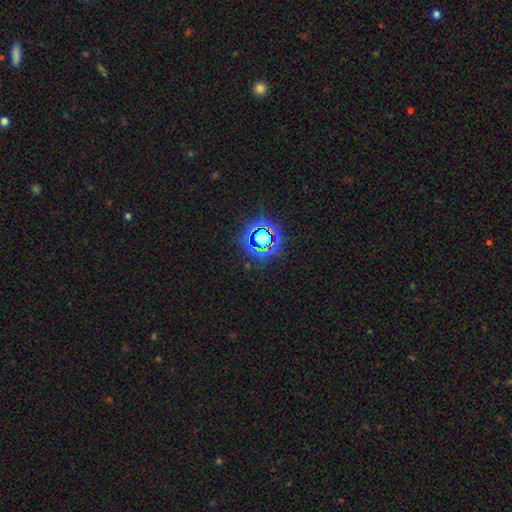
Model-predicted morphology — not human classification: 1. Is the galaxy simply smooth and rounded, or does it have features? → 77% star or artifact, 17% smooth, 7% featured or disk.